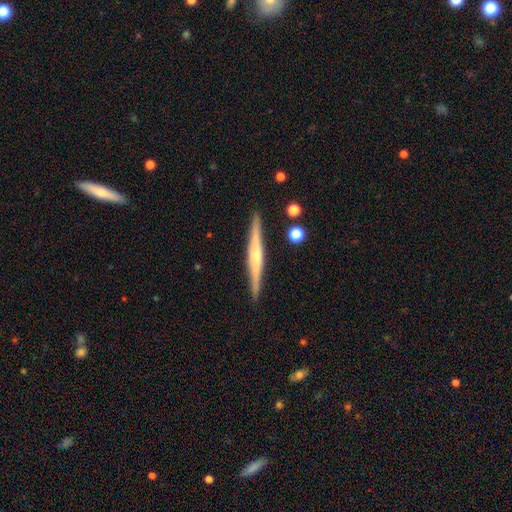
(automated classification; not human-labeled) This appears to be a featured or disk galaxy (74%) viewed edge-on (98%) with a rounded central bulge (73%). Merging: none (91%).